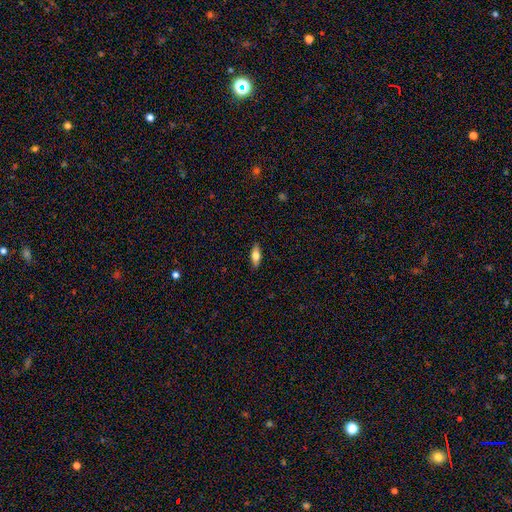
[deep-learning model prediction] Smooth or featured? smooth (67%)
How rounded? in between (68%)
Merging? none (88%)